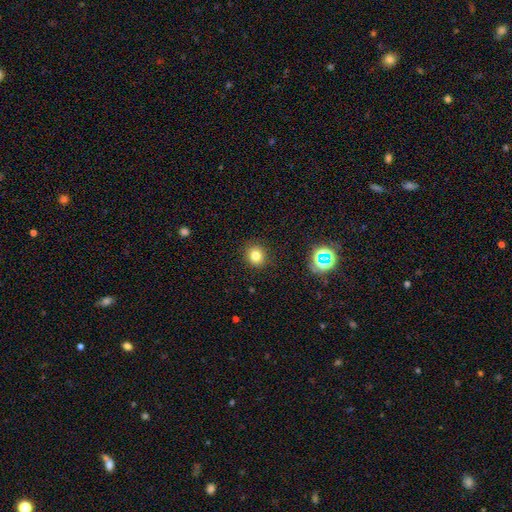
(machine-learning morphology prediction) smooth 78%, star or artifact 15%, featured or disk 7%. Down the decision tree: how rounded — round (81%); merging — none (90%).